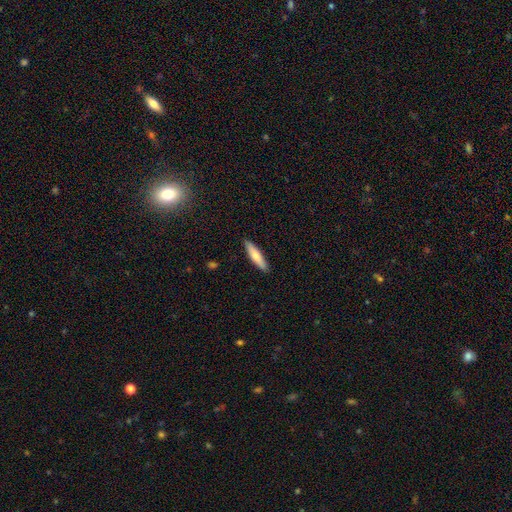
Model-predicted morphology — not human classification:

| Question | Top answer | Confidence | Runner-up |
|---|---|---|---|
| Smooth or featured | smooth | 68% | featured or disk (26%) |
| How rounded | cigar-shaped | 79% | in between (19%) |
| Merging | none | 90% | minor disturbance (7%) |